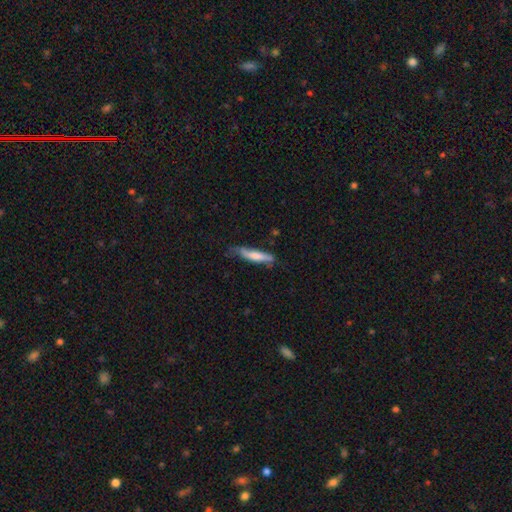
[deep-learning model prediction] Morphology: type=smooth (66%); roundness=cigar-shaped (84%); merging=none (58%).